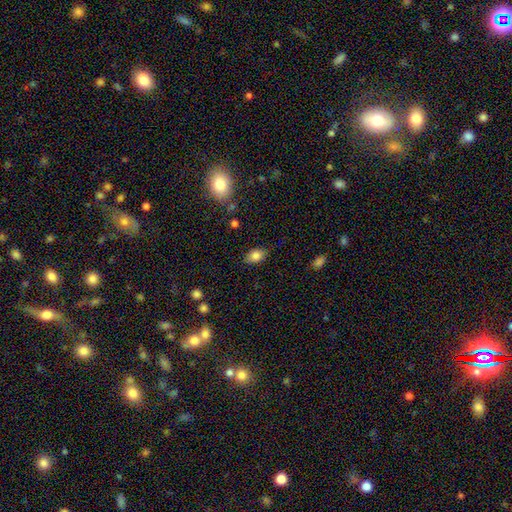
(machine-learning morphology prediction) type=smooth (83%); roundness=in between (83%); merging=none (82%).